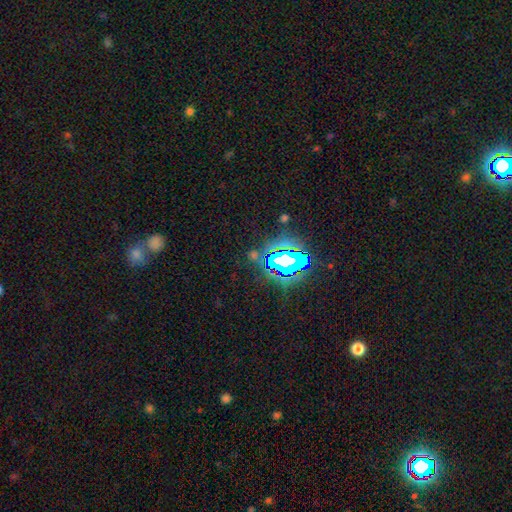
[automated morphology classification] smooth-or-featured: star or artifact: 69% | smooth: 20% | featured or disk: 11%